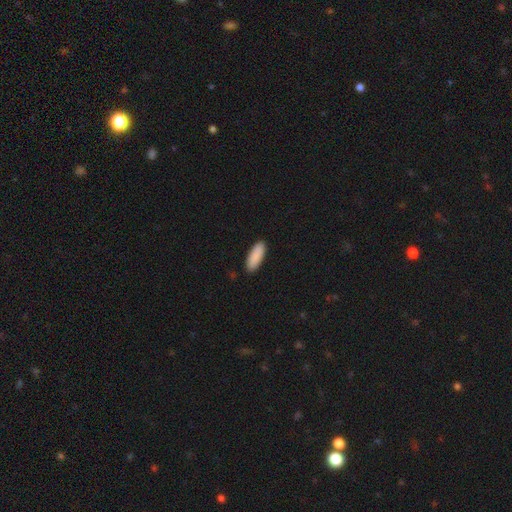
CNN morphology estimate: type=smooth (91%); roundness=in between (70%); merging=none (89%).